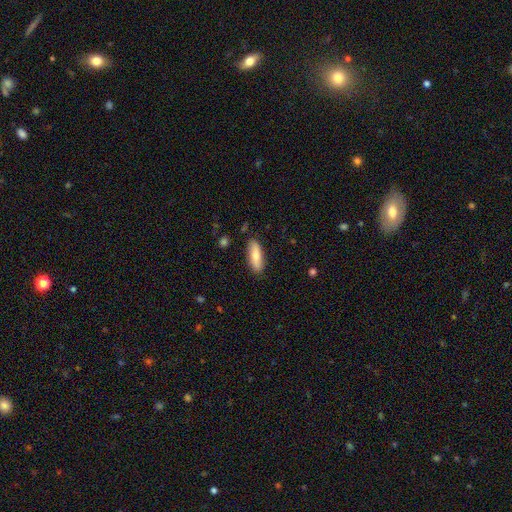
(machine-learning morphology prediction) Overall: smooth (77%). How rounded: in between (58%; cigar-shaped 40%). Merging: none (85%).